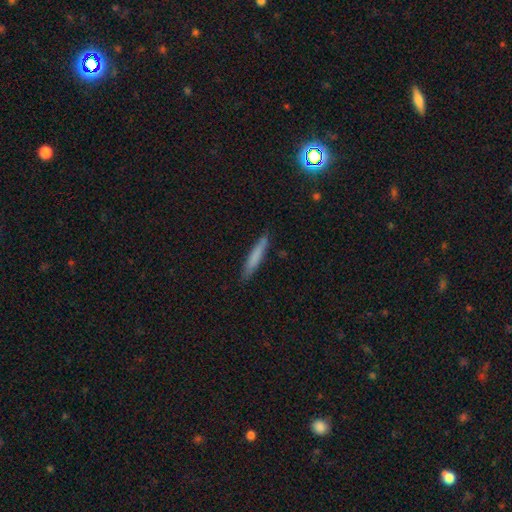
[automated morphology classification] The model was most divided on "smooth or featured": smooth: 75%, featured or disk: 19%, star or artifact: 7%. More confident: how rounded — cigar-shaped (93%); merging — none (87%).